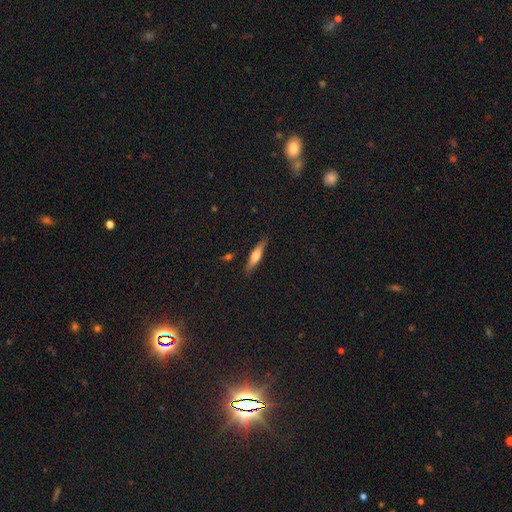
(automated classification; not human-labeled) Smooth or featured?
  - smooth: 49% *
  - featured or disk: 44%
  - star or artifact: 6%
Merging?
  - none: 84% *
  - minor disturbance: 11%
  - major disturbance: 2%
  - merger: 2%